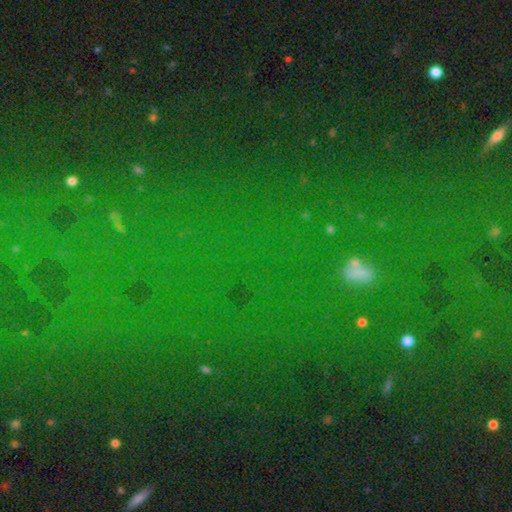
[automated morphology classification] Q: Smooth or featured?
A: star or artifact (72%); runner-up: smooth (20%)